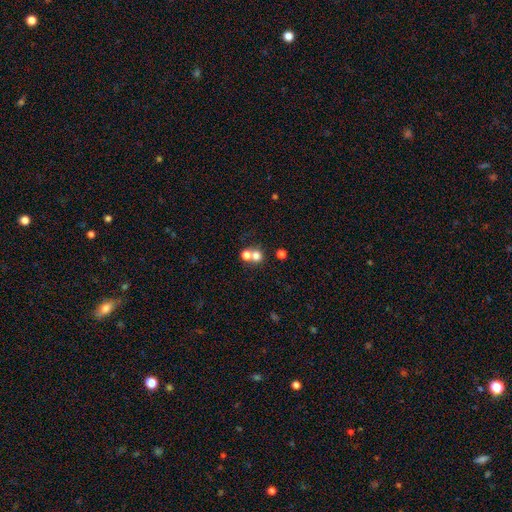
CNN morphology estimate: This is likely a smooth galaxy (72%). How rounded: clearly round (85%). Merging: possibly none (46%).